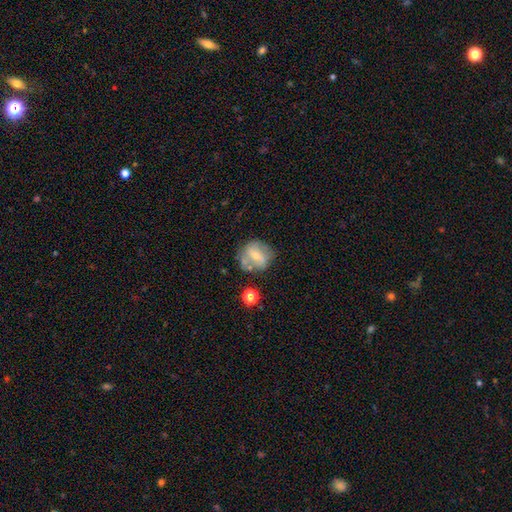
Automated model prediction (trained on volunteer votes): Smooth or featured: featured or disk — 47% (smooth — 44%)
Merging: none — 55% (minor disturbance — 23%)